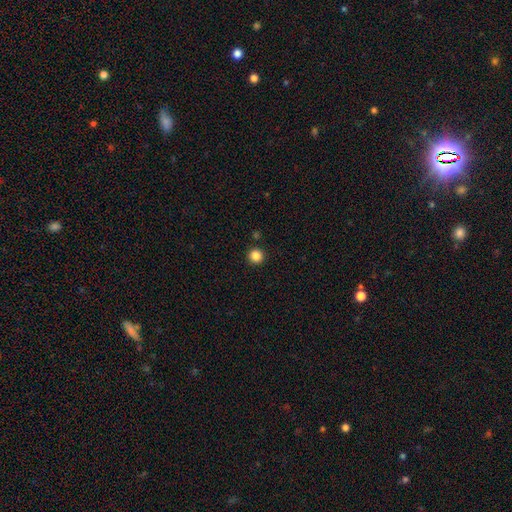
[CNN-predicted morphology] smooth 85%, star or artifact 11%, featured or disk 3%. Down the decision tree: how rounded — round (96%); merging — none (92%).